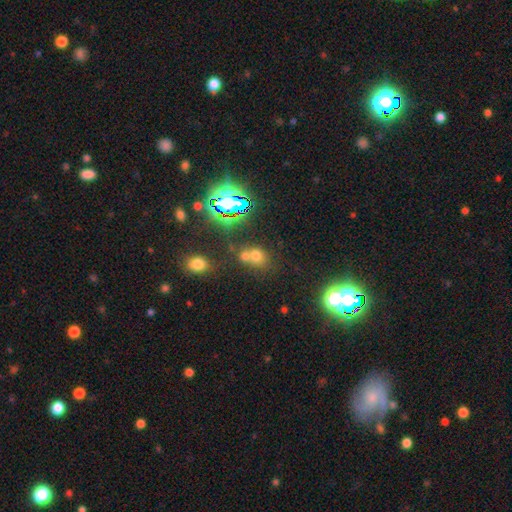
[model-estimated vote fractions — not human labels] smooth 59%, star or artifact 29%, featured or disk 13%. Down the decision tree: how rounded — round (68%); merging — merger (44%).